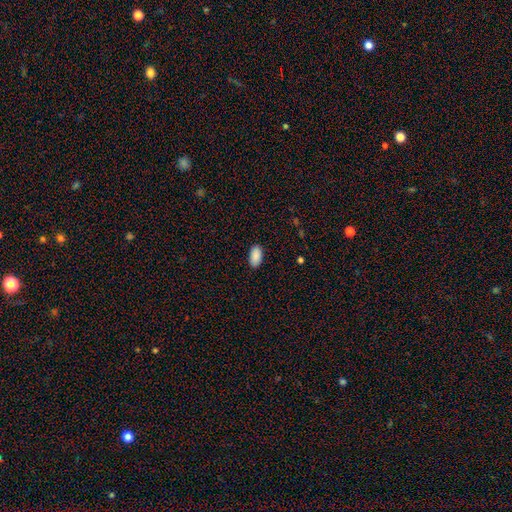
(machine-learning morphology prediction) Smooth or featured? smooth (90%)
How rounded? in between (95%)
Merging? none (89%)